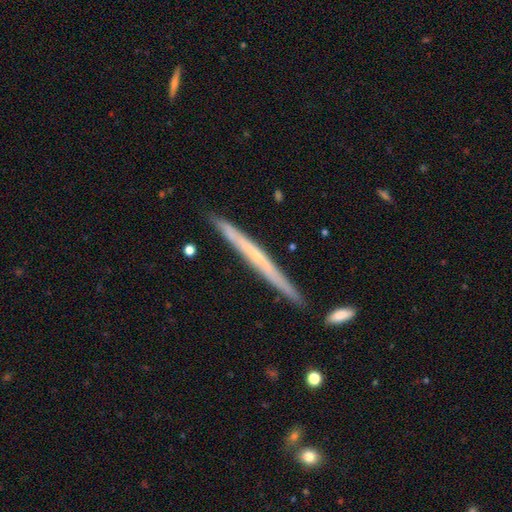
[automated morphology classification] Smooth or featured: featured or disk — 63% (smooth — 31%)
Edge-on disk: yes — 96% (no — 4%)
Edge-on bulge: none — 71% (rounded — 25%)
Merging: none — 86% (minor disturbance — 9%)